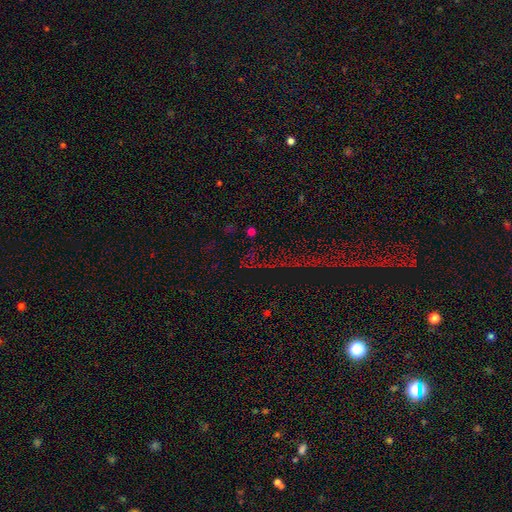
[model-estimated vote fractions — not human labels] The model was most divided on "smooth or featured": star or artifact: 72%, smooth: 17%, featured or disk: 11%.